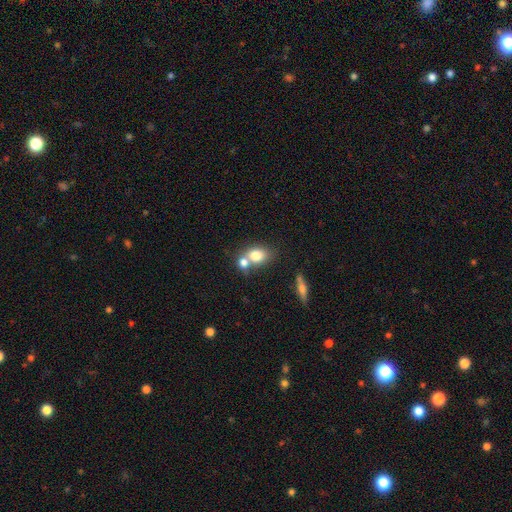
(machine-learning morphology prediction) The model was most divided on "how rounded": in between: 56%, round: 42%, cigar-shaped: 2%. More confident: smooth or featured — smooth (76%); merging — merger (53%).